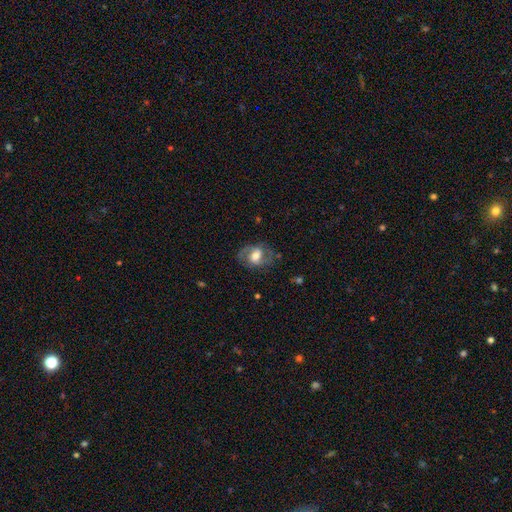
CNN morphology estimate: smooth_or_featured: featured or disk (p=0.59) [alt: smooth p=0.33]
disk_edge_on: no (p=0.95) [alt: yes p=0.05]
bar: weak (p=0.42) [alt: no p=0.37]
has_spiral_arms: yes (p=0.74) [alt: no p=0.26]
bulge_size: moderate (p=0.56) [alt: large p=0.27]
merging: none (p=0.70) [alt: minor disturbance p=0.18]